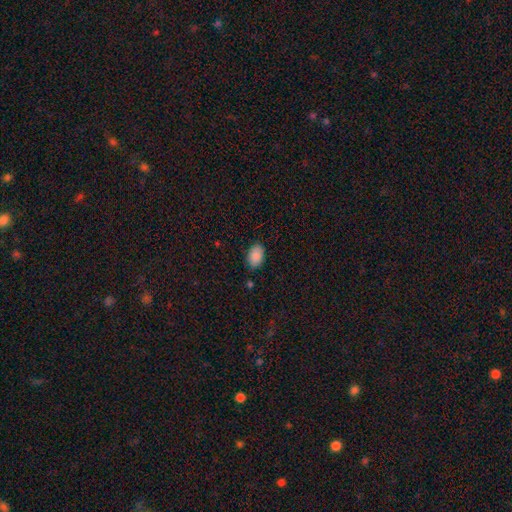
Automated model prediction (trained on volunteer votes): Overall: smooth (89%). How rounded: in between (89%). Merging: none (83%).